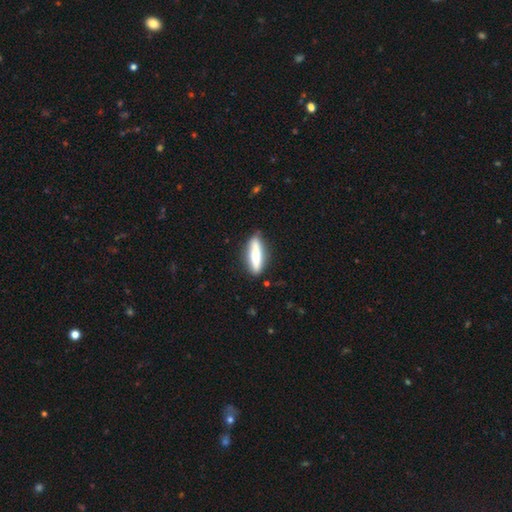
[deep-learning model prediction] Q: Smooth or featured?
A: smooth (66%); runner-up: featured or disk (29%)
Q: How rounded?
A: cigar-shaped (68%); runner-up: in between (30%)
Q: Merging?
A: none (82%); runner-up: minor disturbance (13%)